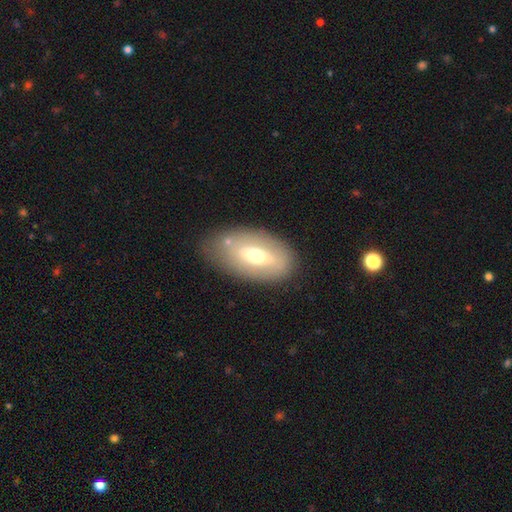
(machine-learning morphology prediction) Smooth or featured?
  - smooth: 49% *
  - featured or disk: 43%
  - star or artifact: 8%
Merging?
  - none: 73% *
  - minor disturbance: 16%
  - major disturbance: 6%
  - merger: 5%